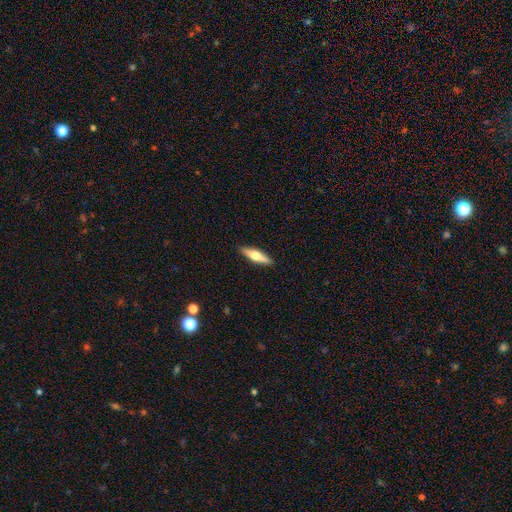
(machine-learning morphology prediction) A smooth galaxy with no disk features (55%) that is cigar-shaped (69%).

Vote fractions:
- Smooth or featured? smooth: 55% / featured or disk: 39% / star or artifact: 6%
- How rounded? cigar-shaped: 69% / in between: 29% / round: 2%
- Merging? none: 90% / minor disturbance: 7% / major disturbance: 2% / merger: 1%